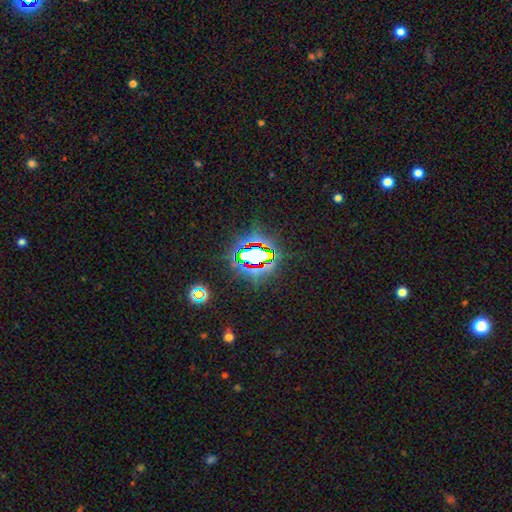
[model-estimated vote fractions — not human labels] The model was most divided on "smooth or featured": star or artifact: 72%, smooth: 17%, featured or disk: 11%.